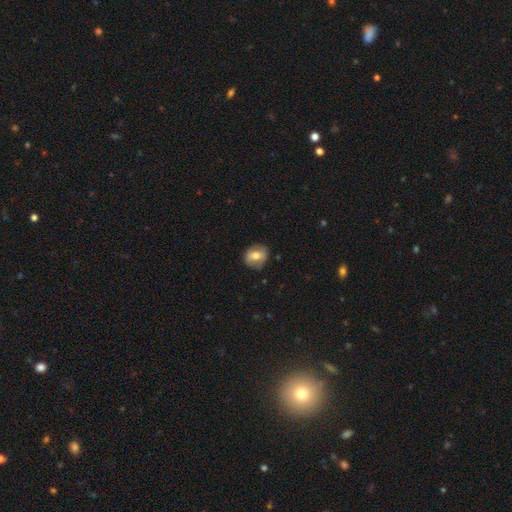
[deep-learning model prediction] smooth_or_featured: smooth (p=0.60) [alt: featured or disk p=0.32]
how_rounded: round (p=0.63) [alt: in between p=0.35]
merging: none (p=0.81) [alt: minor disturbance p=0.14]